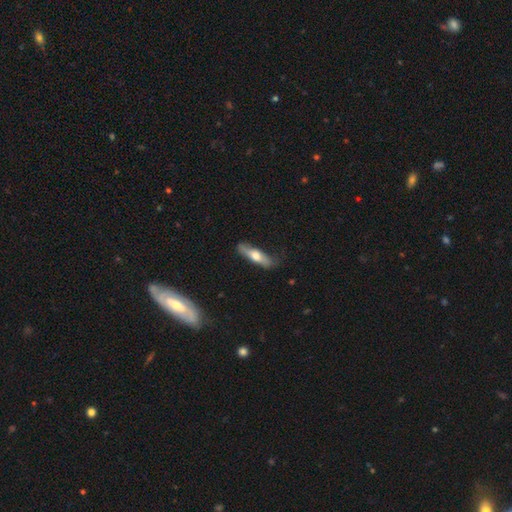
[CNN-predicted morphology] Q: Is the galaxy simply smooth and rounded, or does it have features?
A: smooth — 53%.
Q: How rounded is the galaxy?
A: cigar-shaped — 68%.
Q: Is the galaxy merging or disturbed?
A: none — 73%.